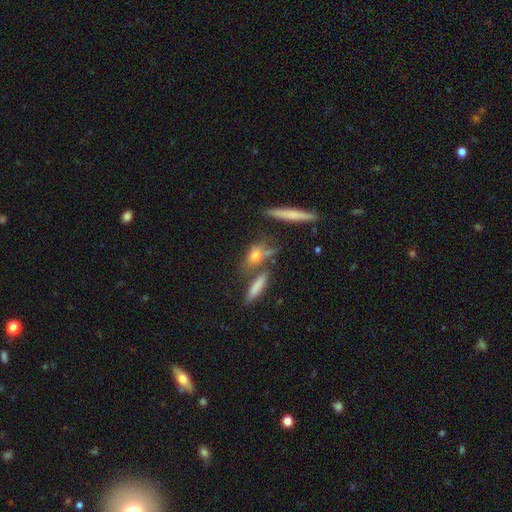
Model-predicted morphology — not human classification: smooth_or_featured: smooth (p=0.58) [alt: featured or disk p=0.29]
how_rounded: cigar-shaped (p=0.44) [tied with: in between p=0.44]
merging: none (p=0.59) [alt: merger p=0.22]